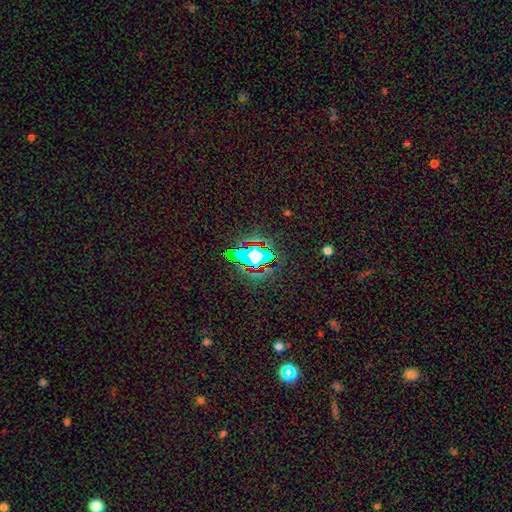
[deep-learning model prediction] smooth_or_featured: star or artifact (p=0.61) [alt: smooth p=0.24]